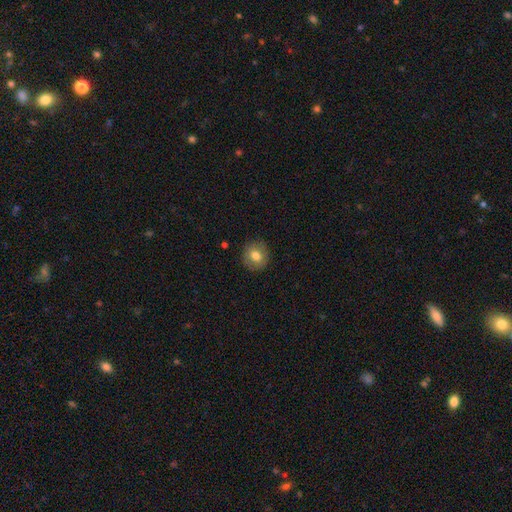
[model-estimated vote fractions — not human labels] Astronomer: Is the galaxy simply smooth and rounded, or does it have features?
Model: smooth — 75%.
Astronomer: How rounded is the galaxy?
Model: round — 87%.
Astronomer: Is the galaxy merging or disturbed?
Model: none — 89%.